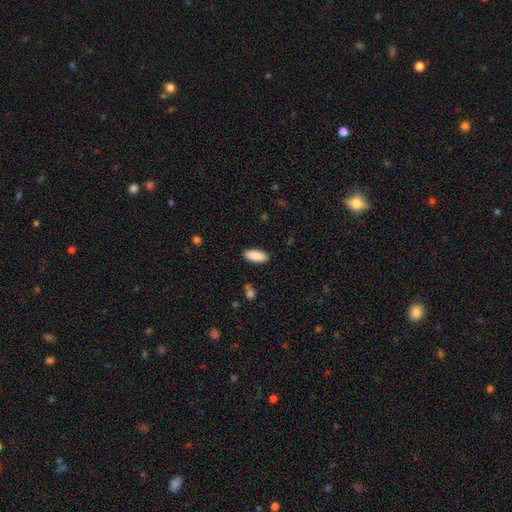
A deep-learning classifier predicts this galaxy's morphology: The model was most divided on "how rounded": in between: 85%, cigar-shaped: 13%, round: 2%. More confident: smooth or featured — smooth (90%); merging — none (88%).